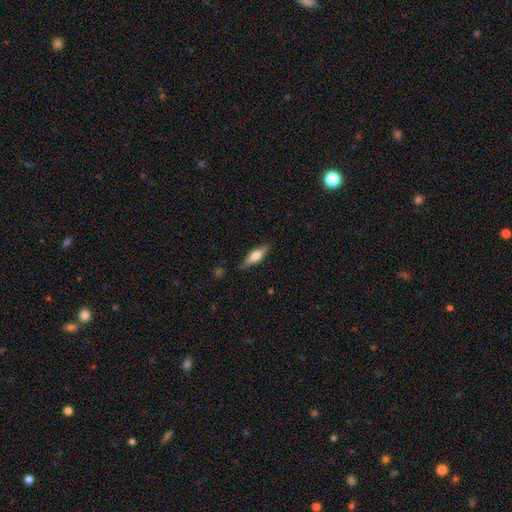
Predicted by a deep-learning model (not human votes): Q: Smooth or featured?
A: featured or disk (49%); runner-up: smooth (45%)
Q: Merging?
A: none (85%); runner-up: minor disturbance (11%)